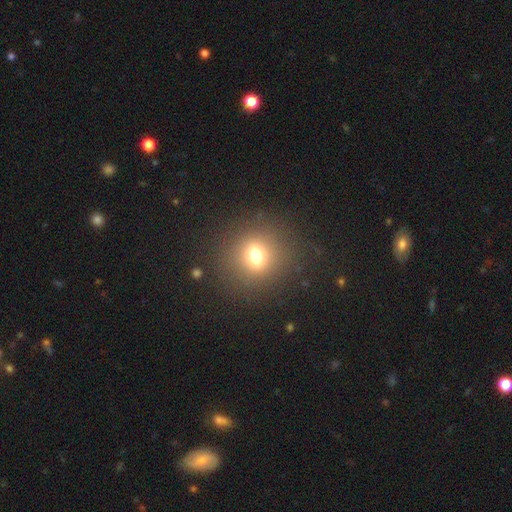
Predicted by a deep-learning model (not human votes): This is likely a smooth galaxy (70%). How rounded: clearly round (83%). Merging: clearly none (84%).